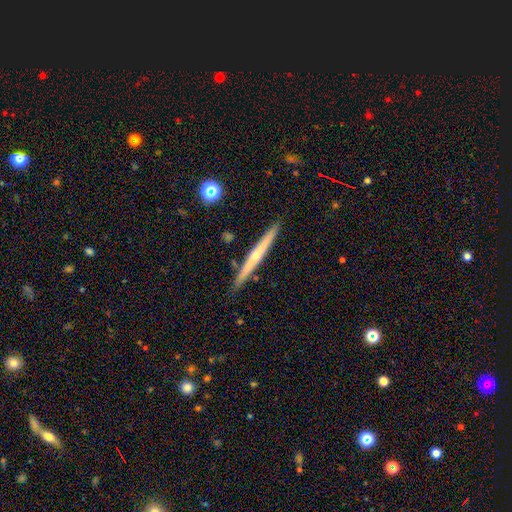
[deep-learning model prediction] smooth-or-featured: featured or disk: 65% | smooth: 29% | star or artifact: 6%
  disk-edge-on: yes: 97% | no: 3%
    edge-on-bulge: rounded: 64% | none: 33% | boxy: 3%
  merging: none: 90% | minor disturbance: 7% | merger: 2% | major disturbance: 1%